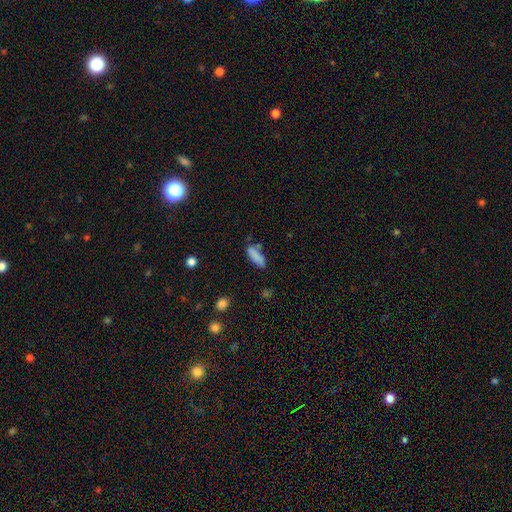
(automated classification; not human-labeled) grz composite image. It shows a smooth galaxy with no disk features (83%) that is in between round and cigar-shaped (54%). Merging: none (58%).